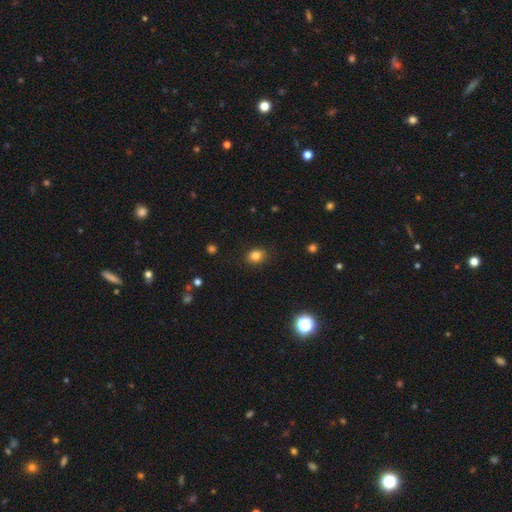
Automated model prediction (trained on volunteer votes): A smooth galaxy with no disk features (83%) that is round (53%).

Vote fractions:
- Smooth or featured? smooth: 83% / star or artifact: 11% / featured or disk: 6%
- How rounded? round: 53% / in between: 46% / cigar-shaped: 1%
- Merging? none: 86% / minor disturbance: 10% / major disturbance: 2% / merger: 1%